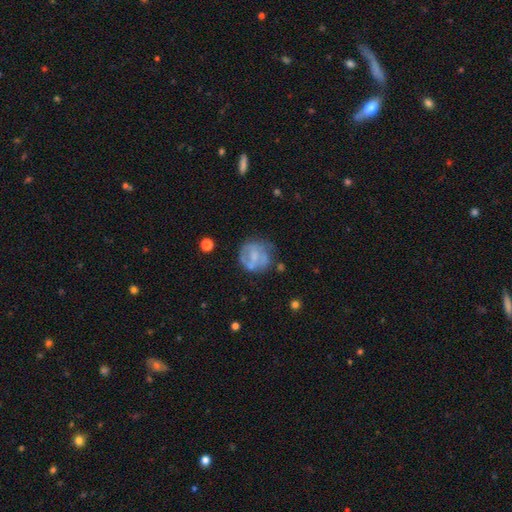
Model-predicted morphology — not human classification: This is possibly a featured or disk galaxy (50%). Merging: possibly none (53%).